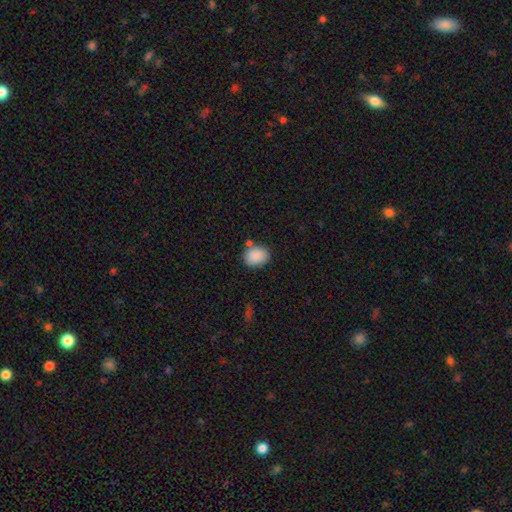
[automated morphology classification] Smooth or featured? smooth (88%)
How rounded? in between (52%)
Merging? none (74%)